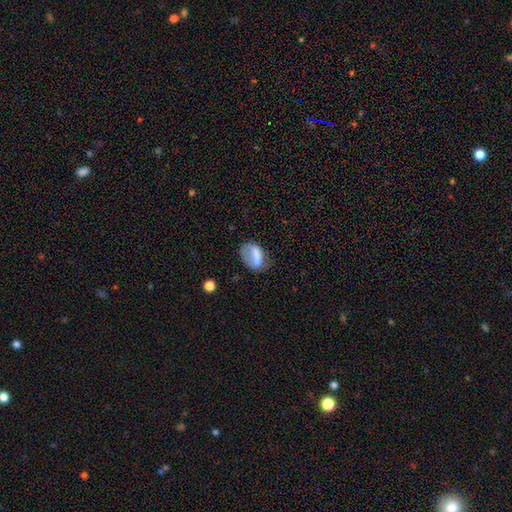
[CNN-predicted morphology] Smooth or featured: smooth — 68% (featured or disk — 22%)
How rounded: in between — 80% (round — 16%)
Merging: none — 43% (minor disturbance — 29%)